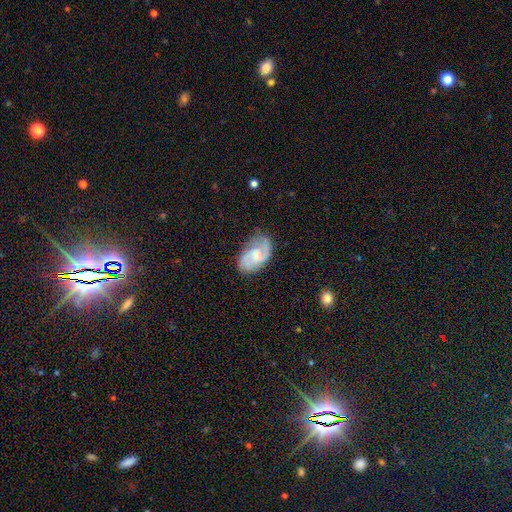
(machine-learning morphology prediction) A featured or disk galaxy (76%) with a weak bar (48%), 2 (81%) medium (50%) spiral arms (94%) and a small central bulge (40%). Merging: none (69%).